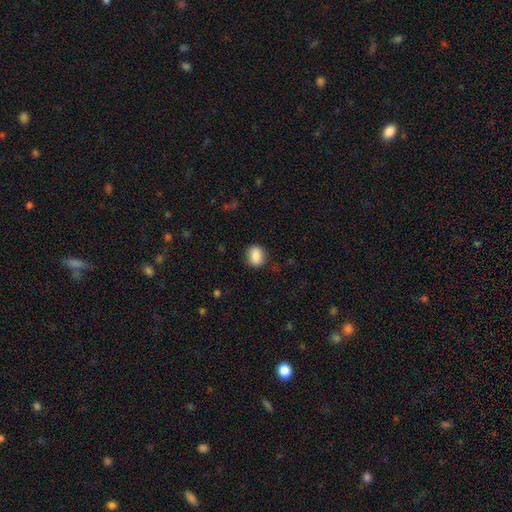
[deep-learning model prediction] smooth_or_featured: smooth (p=0.87) [alt: star or artifact p=0.08]
how_rounded: in between (p=0.58) [alt: round p=0.41]
merging: none (p=0.83) [alt: minor disturbance p=0.12]